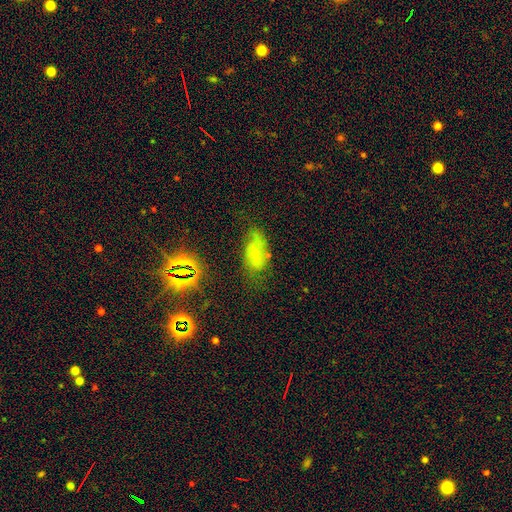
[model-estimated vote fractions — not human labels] Overall: smooth (50%; featured or disk 30%). How rounded: in between (85%). Merging: none (41%; minor disturbance 31%).